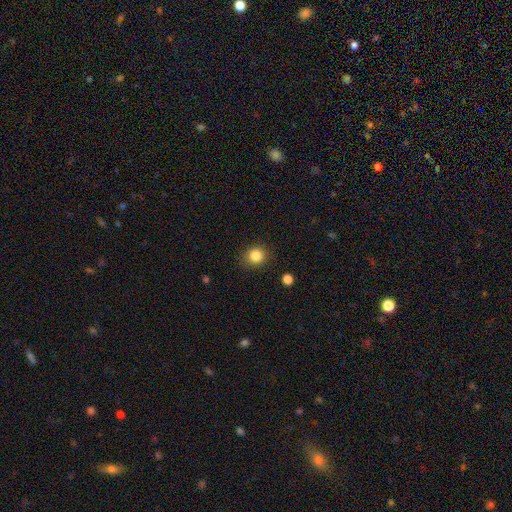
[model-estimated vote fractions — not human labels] A smooth galaxy with no disk features (84%) that is round (82%).

Vote fractions:
- Smooth or featured? smooth: 84% / star or artifact: 11% / featured or disk: 5%
- How rounded? round: 82% / in between: 17% / cigar-shaped: 1%
- Merging? none: 88% / minor disturbance: 9% / major disturbance: 2% / merger: 1%